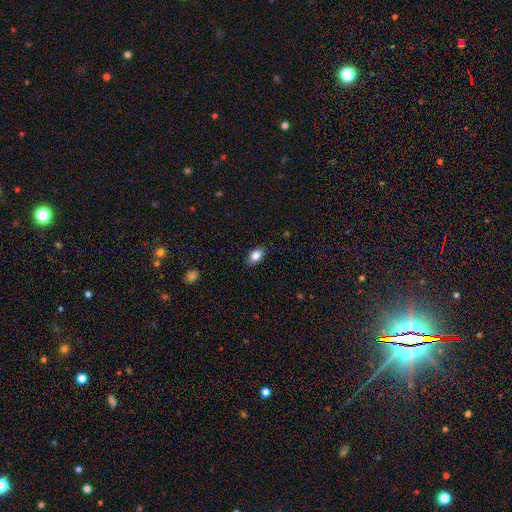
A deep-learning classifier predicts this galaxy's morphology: This appears to be a smooth galaxy with no disk features (85%) that is in between round and cigar-shaped (89%). Merging: none (85%).